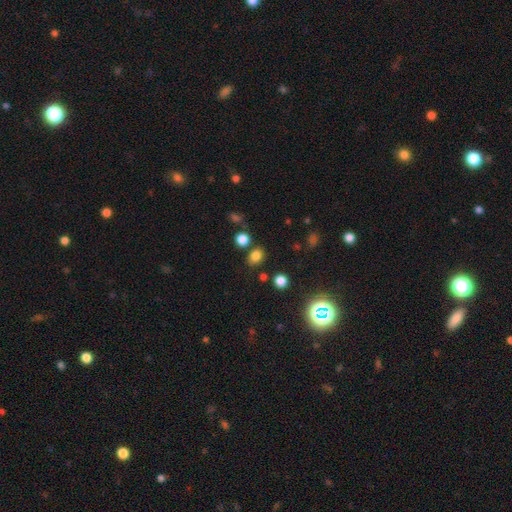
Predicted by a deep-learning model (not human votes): A smooth galaxy with no disk features (78%) that is round (50%). Merging: none (78%).